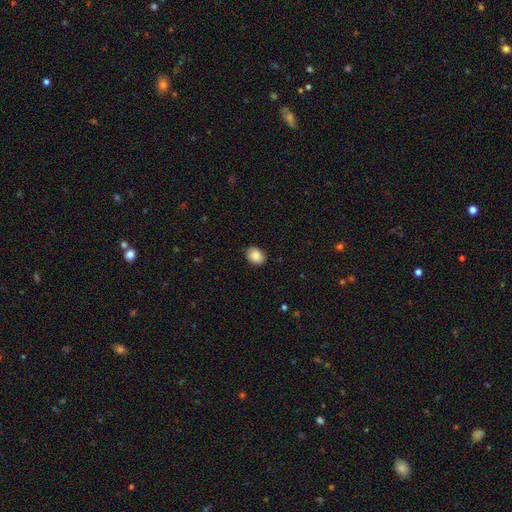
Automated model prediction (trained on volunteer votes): The model was most divided on "how rounded": in between: 66%, round: 33%, cigar-shaped: 1%. More confident: smooth or featured — smooth (88%); merging — none (84%).